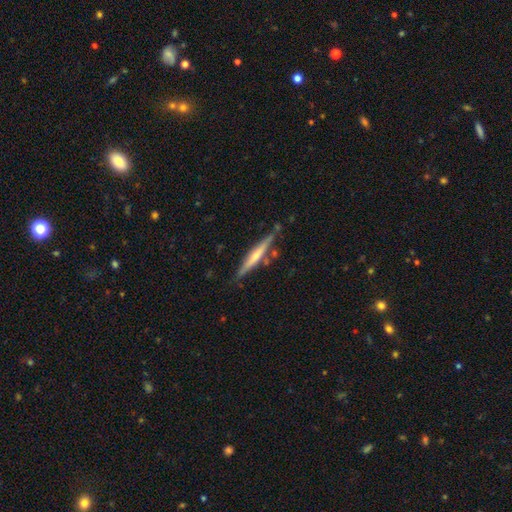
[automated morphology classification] featured or disk 55%, smooth 40%, star or artifact 6%. Down the decision tree: edge-on disk — yes (95%); edge-on bulge — rounded (51%); merging — none (77%).